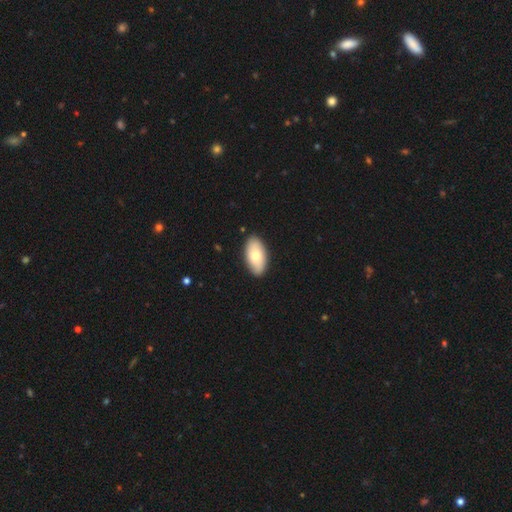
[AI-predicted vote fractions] smooth_or_featured: smooth (p=0.73) [alt: featured or disk p=0.21]
how_rounded: in between (p=0.95) [alt: round p=0.03]
merging: none (p=0.88) [alt: minor disturbance p=0.09]